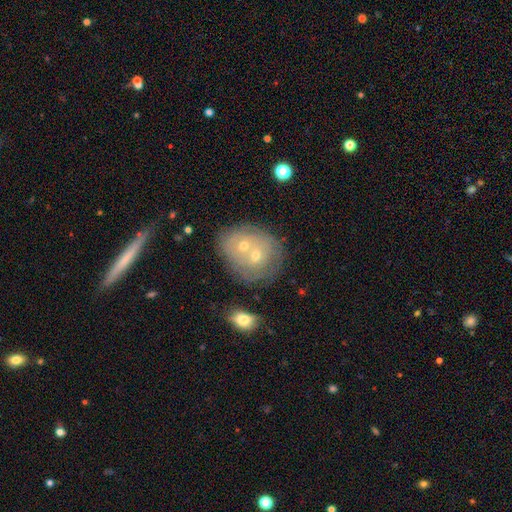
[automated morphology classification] Smooth or featured?
  - featured or disk: 48% *
  - smooth: 43%
  - star or artifact: 9%
Merging?
  - merger: 61% *
  - none: 25%
  - minor disturbance: 10%
  - major disturbance: 5%